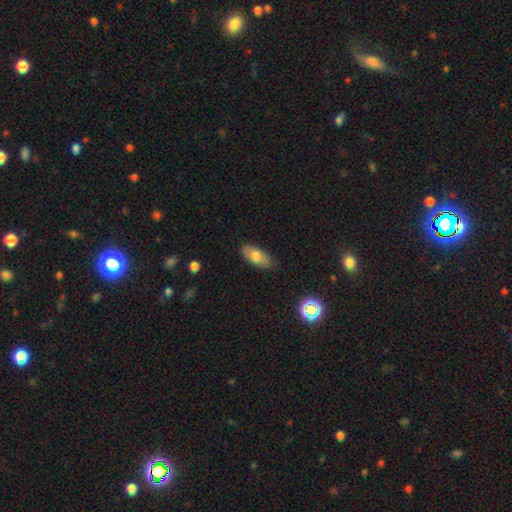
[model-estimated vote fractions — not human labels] This appears to be a smooth galaxy with no disk features (72%) that is in between round and cigar-shaped (87%). Merging: none (78%).